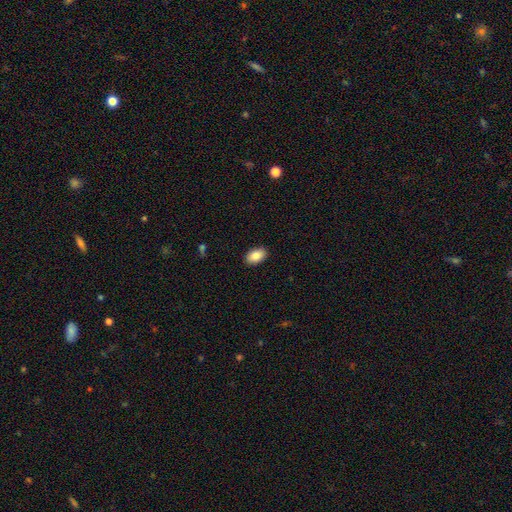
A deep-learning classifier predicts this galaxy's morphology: Smooth or featured: smooth — 86% (star or artifact — 7%)
How rounded: in between — 91% (round — 8%)
Merging: none — 90% (minor disturbance — 7%)